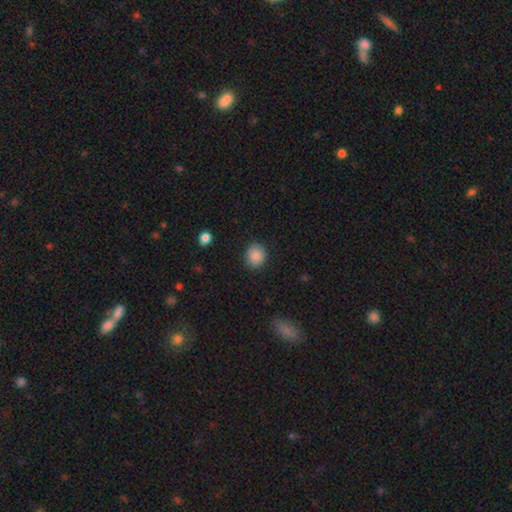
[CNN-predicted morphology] Smooth or featured?
  - smooth: 88% *
  - star or artifact: 8%
  - featured or disk: 4%
How rounded?
  - round: 73% *
  - in between: 26%
  - cigar-shaped: 1%
Merging?
  - none: 87% *
  - minor disturbance: 10%
  - major disturbance: 3%
  - merger: 1%